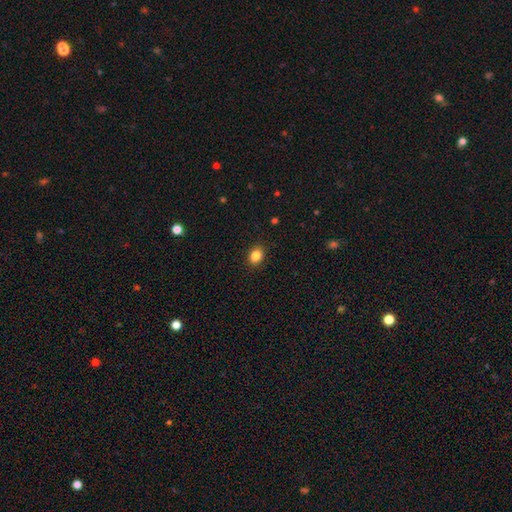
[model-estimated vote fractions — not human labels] Overall: smooth (86%). How rounded: in between (54%; round 46%). Merging: none (90%).